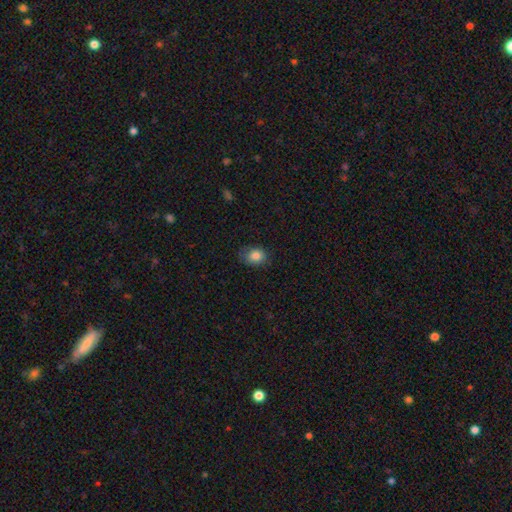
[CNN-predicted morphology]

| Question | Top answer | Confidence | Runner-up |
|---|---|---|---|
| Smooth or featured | smooth | 83% | star or artifact (10%) |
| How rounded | in between | 57% | round (42%) |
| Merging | none | 75% | minor disturbance (20%) |